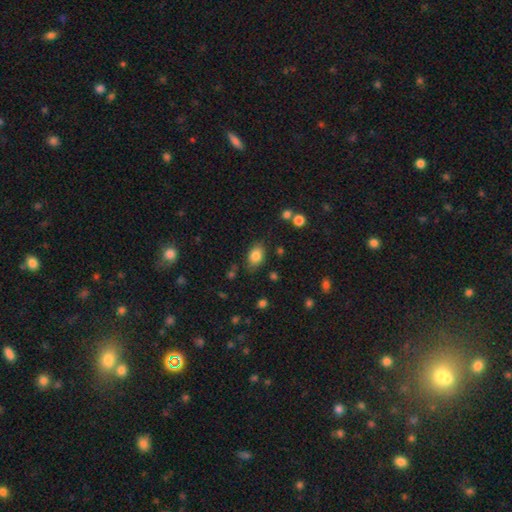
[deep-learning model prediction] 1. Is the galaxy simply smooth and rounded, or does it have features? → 83% smooth, 9% star or artifact, 8% featured or disk.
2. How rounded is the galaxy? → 80% in between, 18% round, 1% cigar-shaped.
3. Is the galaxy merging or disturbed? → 77% none, 16% minor disturbance, 4% major disturbance, 3% merger.